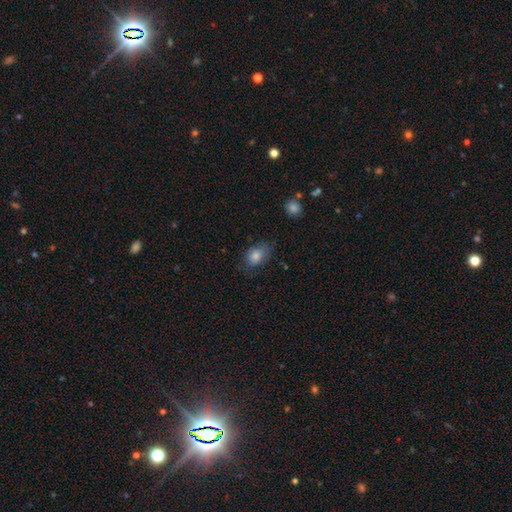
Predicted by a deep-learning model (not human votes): A smooth galaxy with no disk features (76%) that is in between round and cigar-shaped (73%).

Vote fractions:
- Smooth or featured? smooth: 76% / featured or disk: 13% / star or artifact: 11%
- How rounded? in between: 73% / round: 25% / cigar-shaped: 2%
- Merging? none: 66% / minor disturbance: 24% / major disturbance: 8% / merger: 1%